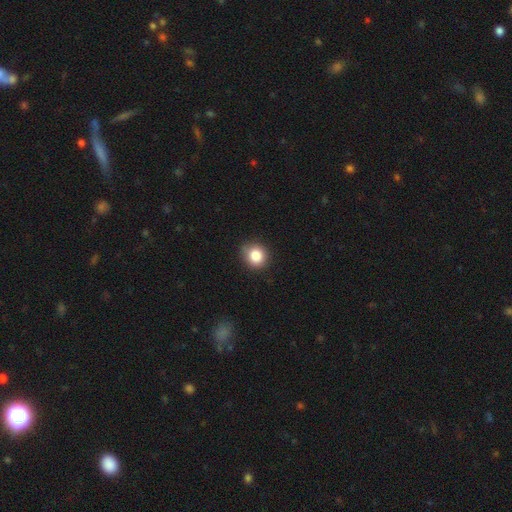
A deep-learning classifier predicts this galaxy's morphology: Smooth or featured?
  - smooth: 84% *
  - star or artifact: 10%
  - featured or disk: 6%
How rounded?
  - round: 81% *
  - in between: 18%
  - cigar-shaped: 1%
Merging?
  - none: 81% *
  - minor disturbance: 15%
  - major disturbance: 3%
  - merger: 1%